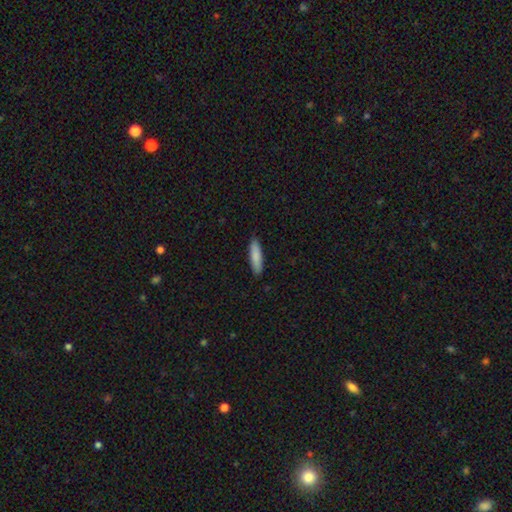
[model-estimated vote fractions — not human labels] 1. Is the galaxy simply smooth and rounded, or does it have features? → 86% smooth, 9% featured or disk, 5% star or artifact.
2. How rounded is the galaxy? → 72% cigar-shaped, 27% in between, 1% round.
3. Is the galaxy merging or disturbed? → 88% none, 9% minor disturbance, 2% major disturbance, 1% merger.